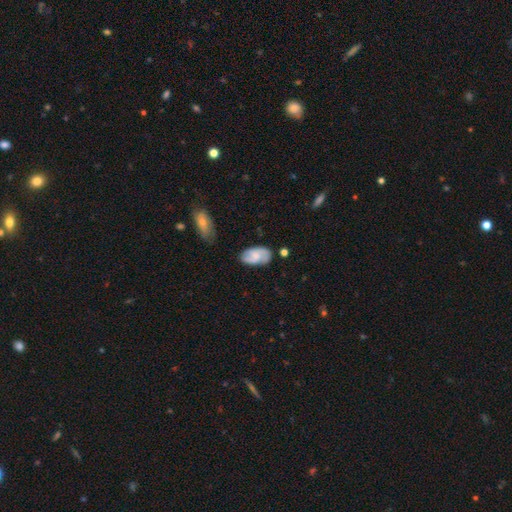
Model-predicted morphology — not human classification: Overall: smooth (49%; featured or disk 43%). Merging: none (72%).